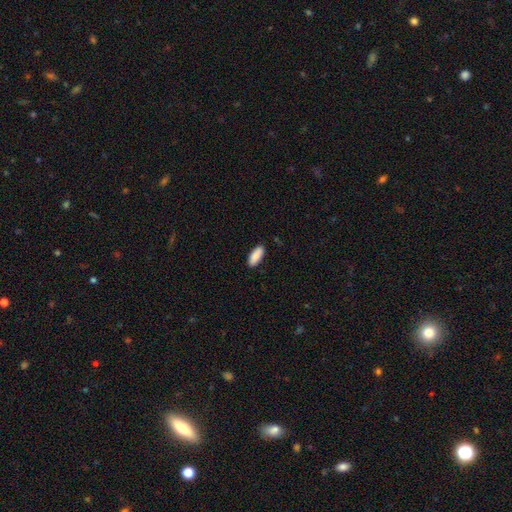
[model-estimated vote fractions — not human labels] Q: Smooth or featured?
A: smooth (89%); runner-up: star or artifact (6%)
Q: How rounded?
A: in between (81%); runner-up: cigar-shaped (17%)
Q: Merging?
A: none (87%); runner-up: minor disturbance (10%)